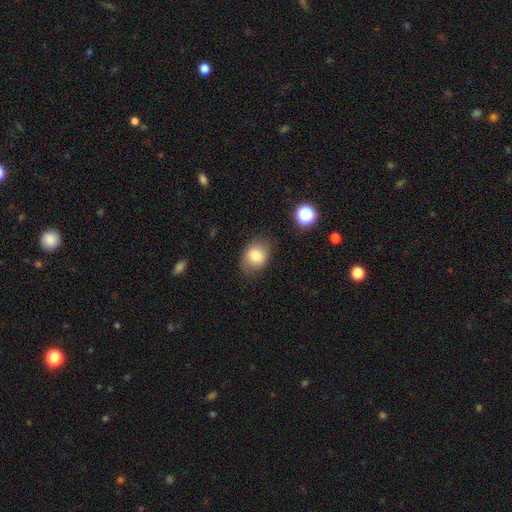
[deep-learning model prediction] smooth-or-featured: smooth: 80% | featured or disk: 11% | star or artifact: 10%
  how-rounded: in between: 54% | round: 45% | cigar-shaped: 1%
  merging: none: 74% | minor disturbance: 19% | major disturbance: 6% | merger: 2%